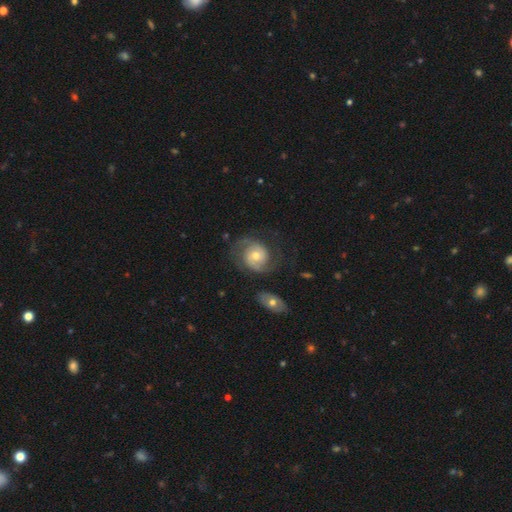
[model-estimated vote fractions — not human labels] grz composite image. It shows a featured or disk galaxy (80%) with no bar (72%), 2 (85%) medium (45%) spiral arms (94%) and a moderate central bulge (65%). Merging: none (67%).